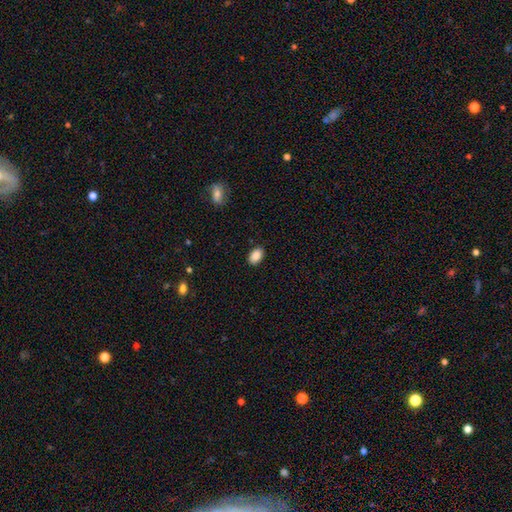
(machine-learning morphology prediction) This appears to be a smooth galaxy with no disk features (89%) that is in between round and cigar-shaped (88%). Merging: none (88%).